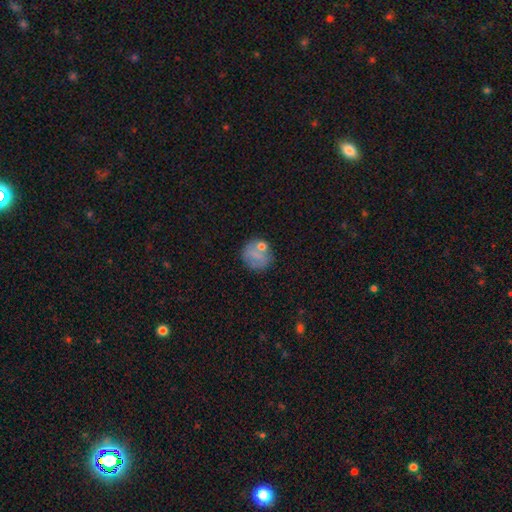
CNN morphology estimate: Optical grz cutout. It shows a smooth galaxy with no disk features (70%) that is round (83%). Merging: none (60%).